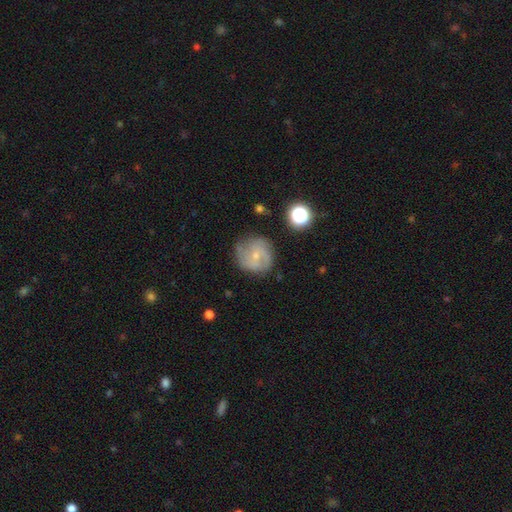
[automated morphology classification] This is likely a featured or disk galaxy (64%). It is clearly not viewed edge-on (97%). Bar: likely no (61%). Spiral arm pattern: clearly yes (88%). Spiral arm count: marginally 2 (41%). Spiral winding: possibly medium (45%). Central bulge: likely small (68%). Merging: likely none (72%).